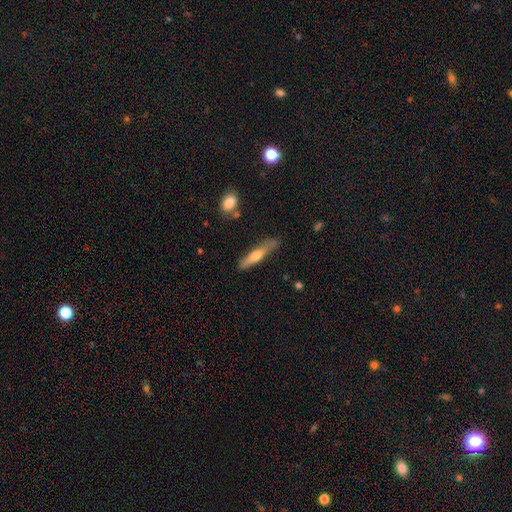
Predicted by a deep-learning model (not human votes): Smooth or featured? Predicted: smooth (p=0.53). How rounded? Predicted: cigar-shaped (p=0.87). Merging? Predicted: none (p=0.77).